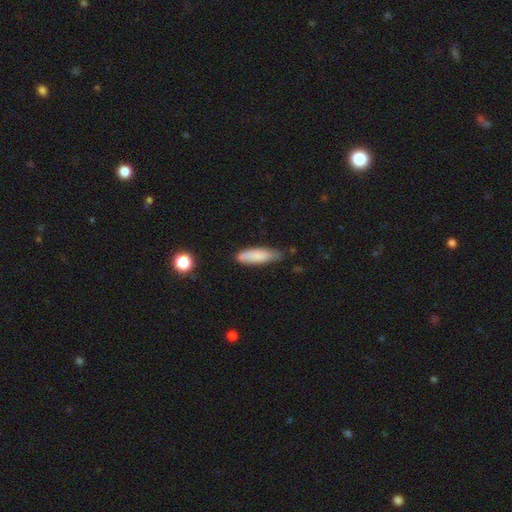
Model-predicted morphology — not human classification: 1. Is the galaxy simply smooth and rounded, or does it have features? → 82% smooth, 11% featured or disk, 7% star or artifact.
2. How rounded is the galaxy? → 58% cigar-shaped, 40% in between, 2% round.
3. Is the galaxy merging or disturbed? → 66% none, 27% minor disturbance, 4% major disturbance, 3% merger.